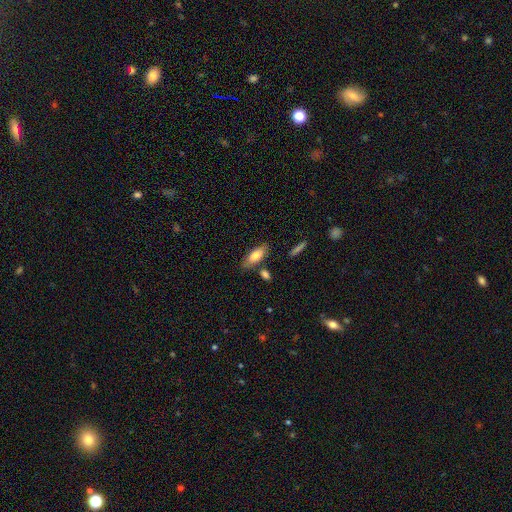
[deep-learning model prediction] This is likely a smooth galaxy (74%). How rounded: likely in between (78%). Merging: likely none (77%).